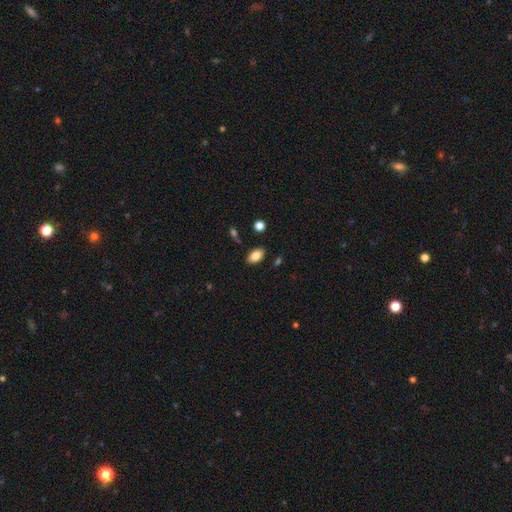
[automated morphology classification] This appears to be a smooth galaxy with no disk features (84%) that is in between round and cigar-shaped (92%). Merging: none (85%).